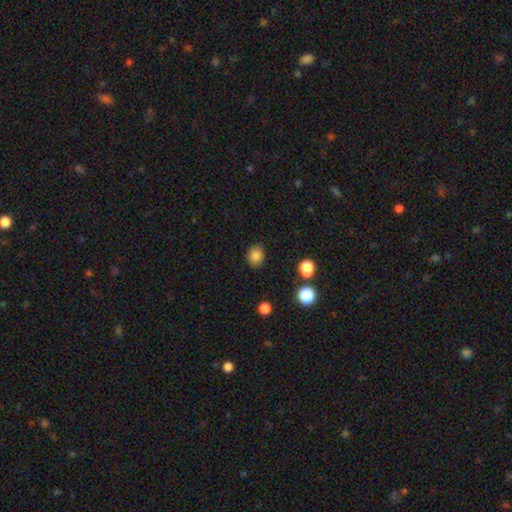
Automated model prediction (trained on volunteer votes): A smooth galaxy with no disk features (83%) that is round (64%). Merging: none (85%).